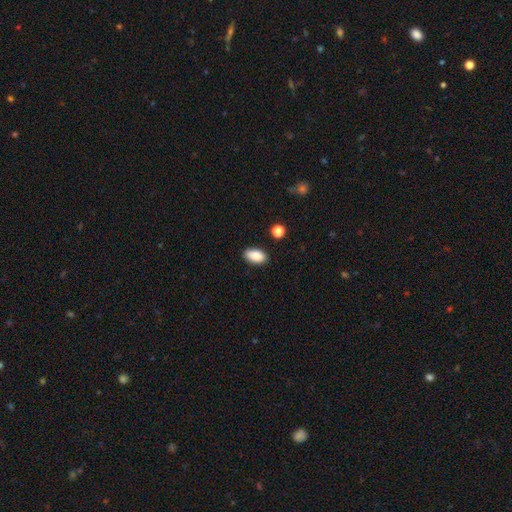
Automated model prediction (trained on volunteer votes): A smooth galaxy with no disk features (88%) that is in between round and cigar-shaped (92%). Merging: none (85%).